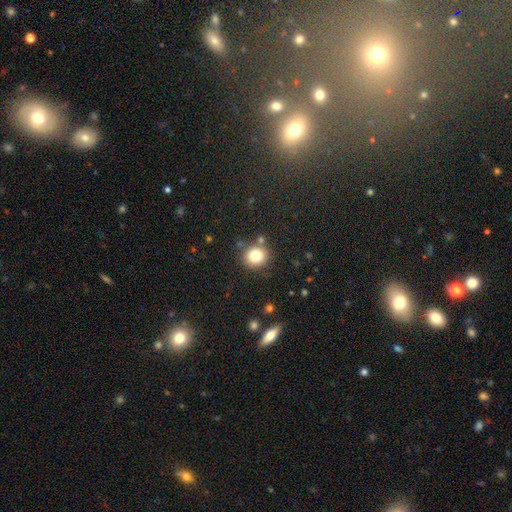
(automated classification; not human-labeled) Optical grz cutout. It shows a smooth galaxy with no disk features (80%) that is round (84%). Merging: none (82%).